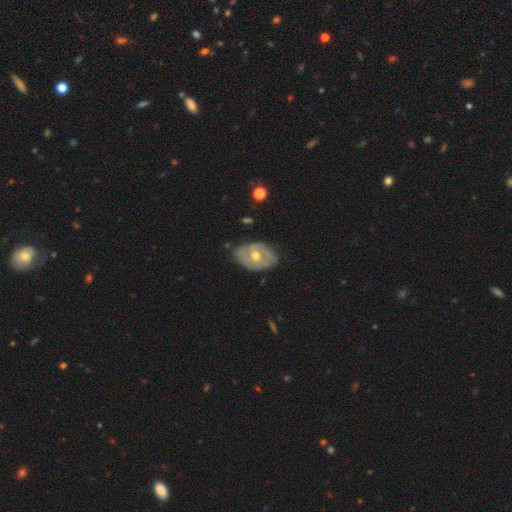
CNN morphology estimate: A featured or disk galaxy (66%) with no bar (62%), no spiral arms (50%, tied with yes) and a moderate central bulge (74%).

Vote fractions:
- Smooth or featured? featured or disk: 66% / smooth: 27% / star or artifact: 6%
- Edge-on disk? no: 93% / yes: 7%
- Bar? no: 62% / weak: 28% / strong: 10%
- Spiral arms? no: 50% (tied) / yes: 50% (tied)
- Bulge size? moderate: 74% / small: 21% / large: 3% / none: 1% / dominant: 1%
- Merging? none: 69% / minor disturbance: 24% / major disturbance: 5% / merger: 2%